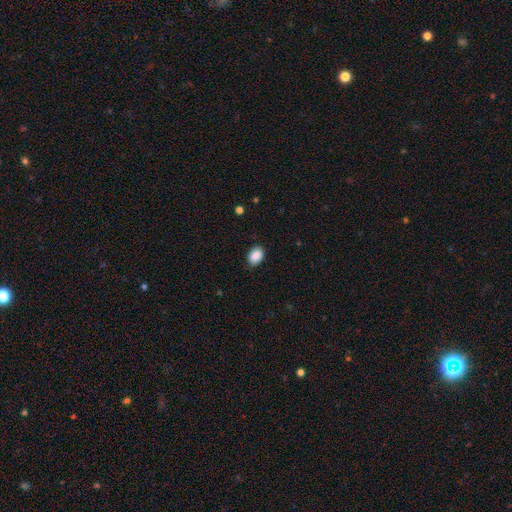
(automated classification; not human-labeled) Smooth or featured? Predicted: smooth (p=0.89). How rounded? Predicted: in between (p=0.81). Merging? Predicted: none (p=0.83).